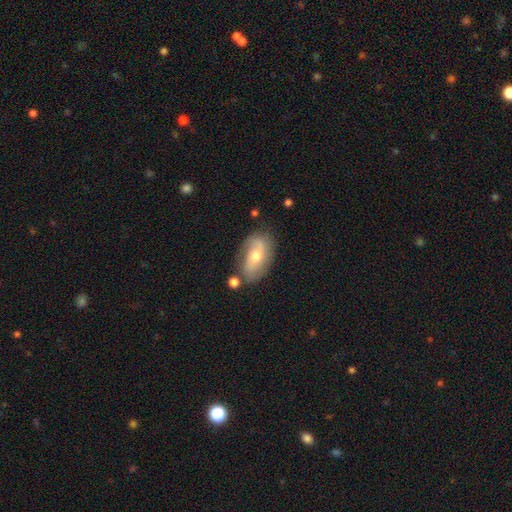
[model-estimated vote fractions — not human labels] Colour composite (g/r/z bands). It shows a featured or disk galaxy (53%). Merging: none (68%).